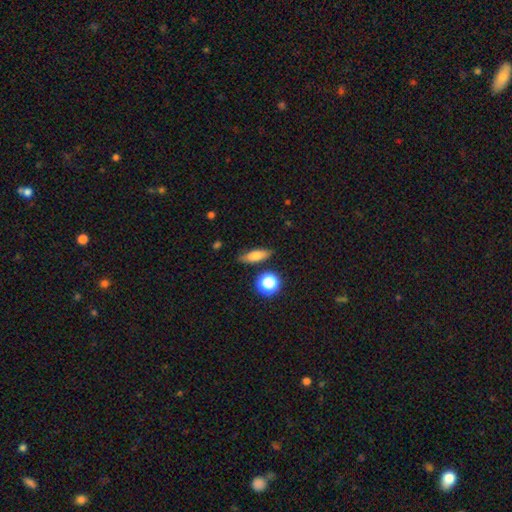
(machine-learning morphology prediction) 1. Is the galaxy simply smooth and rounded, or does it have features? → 75% smooth, 14% featured or disk, 11% star or artifact.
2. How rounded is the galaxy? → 52% in between, 38% cigar-shaped, 10% round.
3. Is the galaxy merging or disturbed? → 82% none, 12% minor disturbance, 3% merger, 3% major disturbance.